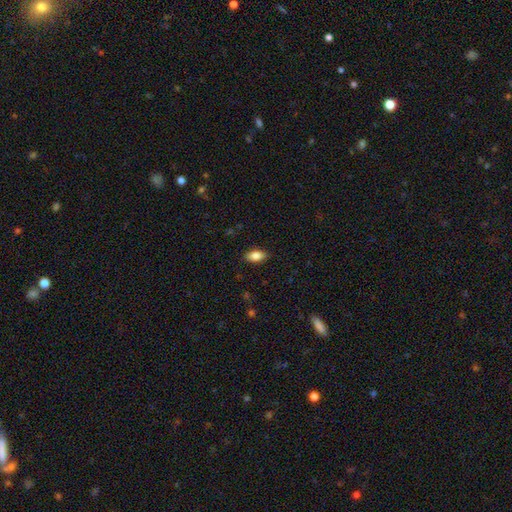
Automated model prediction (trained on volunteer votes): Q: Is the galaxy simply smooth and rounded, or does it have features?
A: smooth — 86%.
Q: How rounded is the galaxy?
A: in between — 90%.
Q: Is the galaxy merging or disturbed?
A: none — 87%.